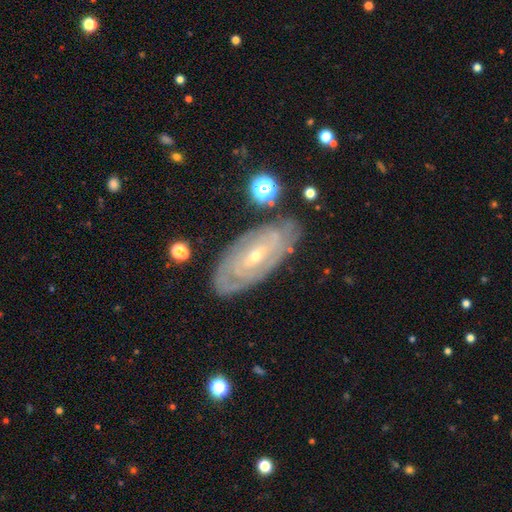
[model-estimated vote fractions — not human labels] Smooth or featured: featured or disk — 82% (smooth — 12%)
Edge-on disk: no — 92% (yes — 8%)
Bar: no — 51% (weak — 35%)
Spiral arms: yes — 88% (no — 12%)
Spiral winding: tight — 76% (medium — 19%)
Spiral arm count: can't tell — 50% (2 — 21%)
Bulge size: small — 75% (moderate — 22%)
Merging: none — 77% (minor disturbance — 17%)